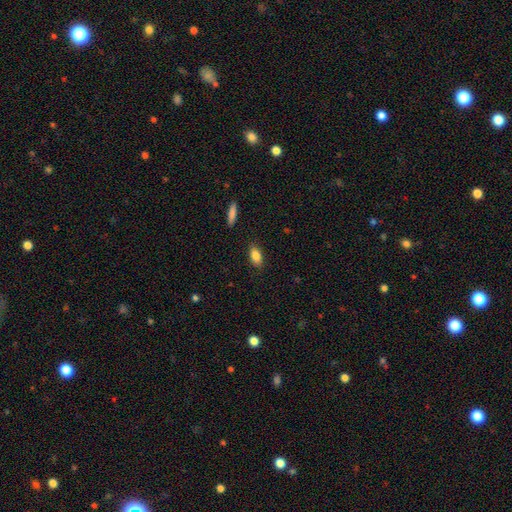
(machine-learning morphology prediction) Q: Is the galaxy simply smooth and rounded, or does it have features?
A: smooth — 85%.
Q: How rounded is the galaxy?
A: in between — 86%.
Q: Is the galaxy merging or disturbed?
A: none — 85%.